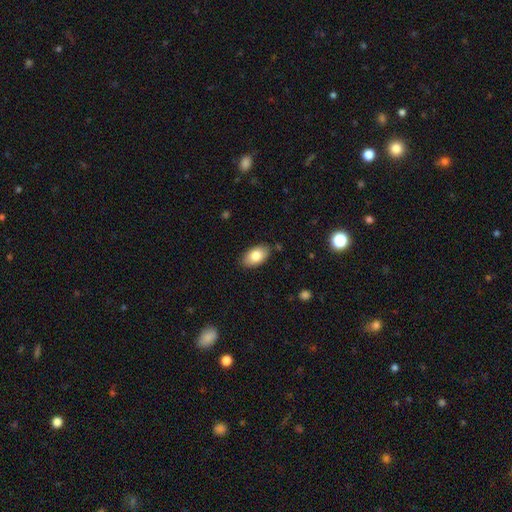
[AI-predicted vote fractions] This is clearly a smooth galaxy (81%). How rounded: clearly in between (93%). Merging: clearly none (85%).